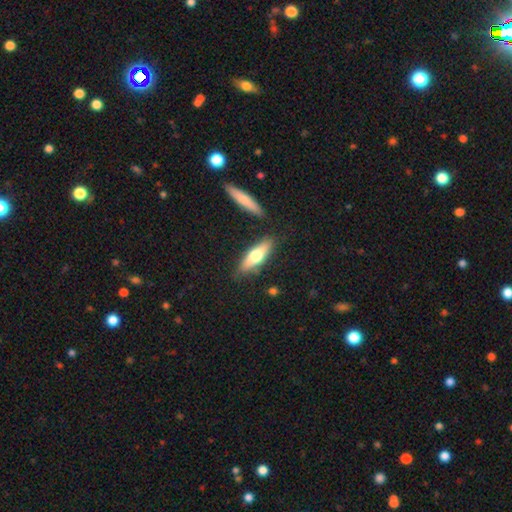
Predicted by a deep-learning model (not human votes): Overall: smooth (57%; featured or disk 38%). How rounded: cigar-shaped (58%; in between 40%). Merging: none (79%).